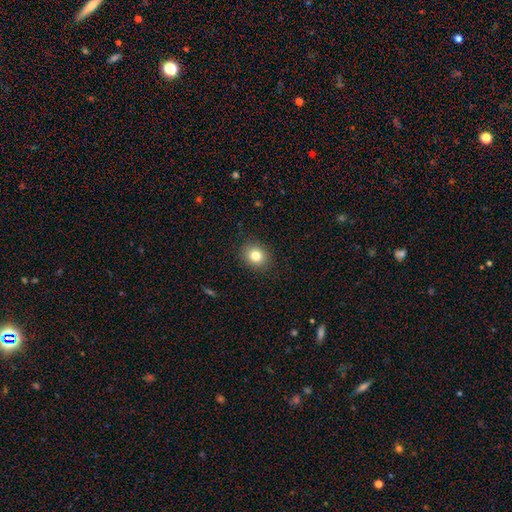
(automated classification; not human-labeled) Overall: smooth (81%). How rounded: round (68%; in between 31%). Merging: none (89%).